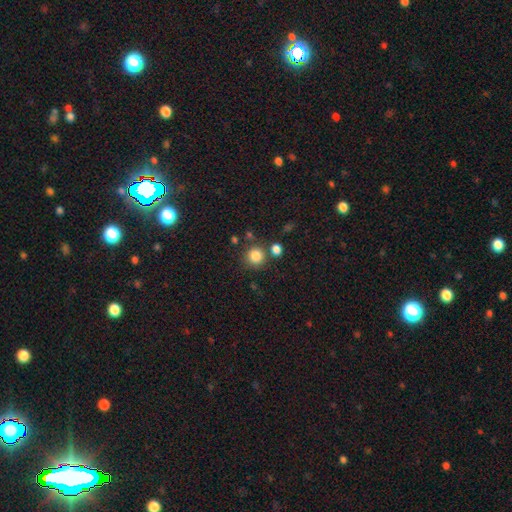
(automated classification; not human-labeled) A smooth galaxy with no disk features (84%) that is round (90%). Merging: none (76%).